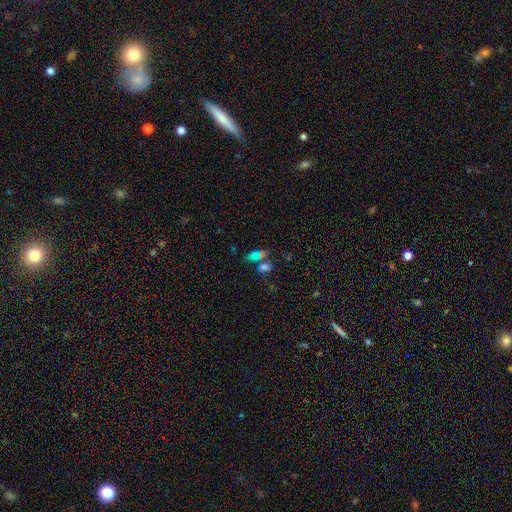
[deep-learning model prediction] Morphology: type=smooth (68%); roundness=in between (76%); merging=merger (49%).